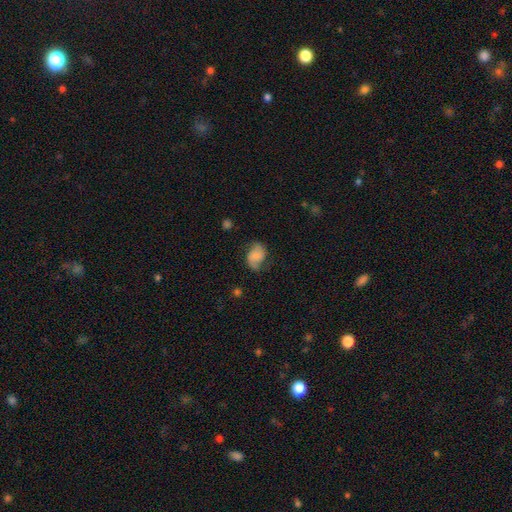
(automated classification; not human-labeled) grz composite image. It shows a featured or disk galaxy (46%). Merging: none (62%).